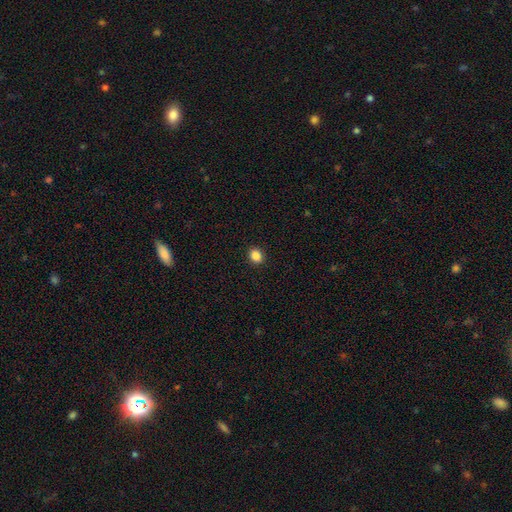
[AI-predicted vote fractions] Smooth or featured? Predicted: smooth (p=0.86). How rounded? Predicted: round (p=0.66). Merging? Predicted: none (p=0.92).